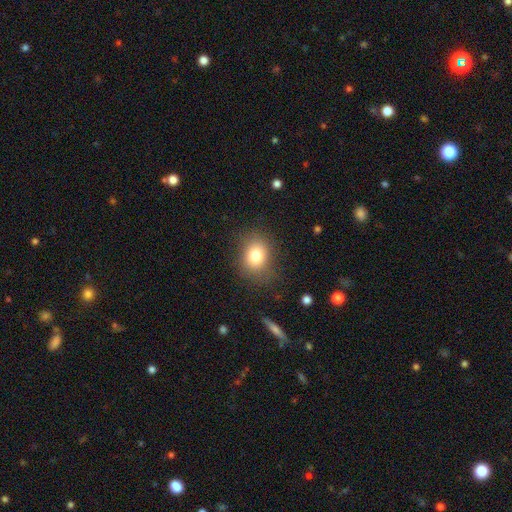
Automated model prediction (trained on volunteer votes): smooth 79%, star or artifact 11%, featured or disk 10%. Down the decision tree: how rounded — in between (50%); merging — none (79%).